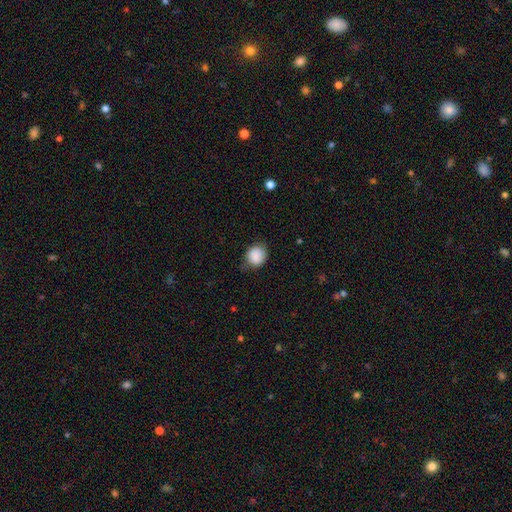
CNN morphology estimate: Smooth or featured: smooth — 87% (star or artifact — 8%)
How rounded: round — 75% (in between — 24%)
Merging: none — 71% (minor disturbance — 22%)